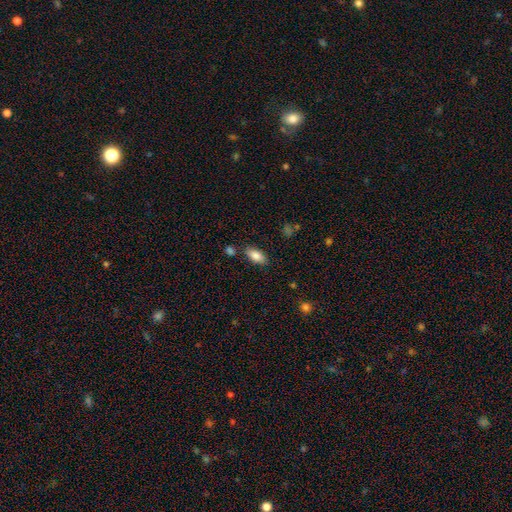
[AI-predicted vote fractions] smooth_or_featured: smooth (p=0.85) [alt: featured or disk p=0.08]
how_rounded: in between (p=0.90) [alt: cigar-shaped p=0.07]
merging: none (p=0.81) [alt: minor disturbance p=0.12]